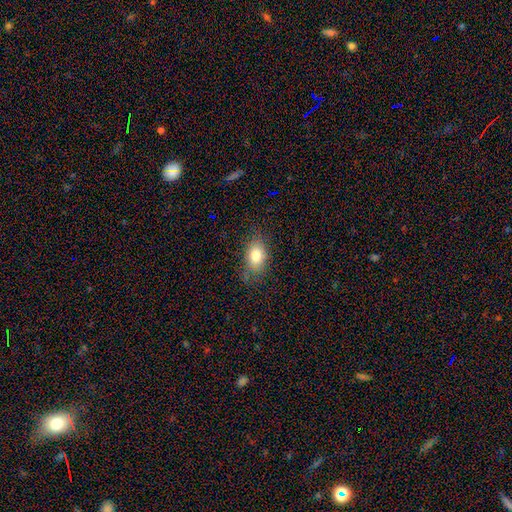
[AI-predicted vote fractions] smooth_or_featured: smooth (p=0.80) [alt: featured or disk p=0.11]
how_rounded: in between (p=0.85) [alt: round p=0.13]
merging: none (p=0.75) [alt: minor disturbance p=0.18]